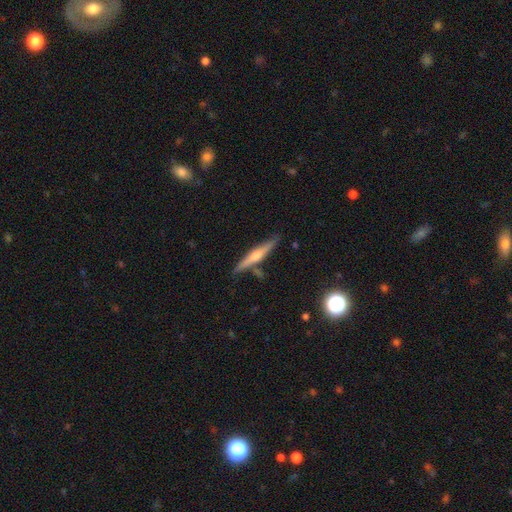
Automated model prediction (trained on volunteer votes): This appears to be a featured or disk galaxy (58%) viewed edge-on (97%) with a rounded central bulge (80%). Merging: none (82%).